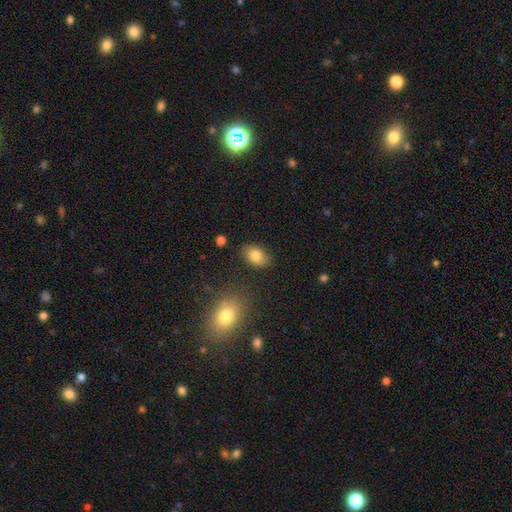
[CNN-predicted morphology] A smooth galaxy with no disk features (82%) that is in between round and cigar-shaped (83%).

Vote fractions:
- Smooth or featured? smooth: 82% / featured or disk: 10% / star or artifact: 8%
- How rounded? in between: 83% / round: 16% / cigar-shaped: 1%
- Merging? none: 84% / minor disturbance: 11% / major disturbance: 3% / merger: 2%